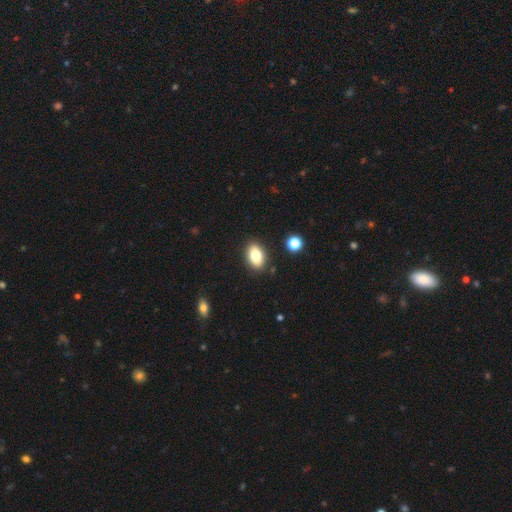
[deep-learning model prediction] A smooth galaxy with no disk features (81%) that is in between round and cigar-shaped (87%). Merging: none (87%).